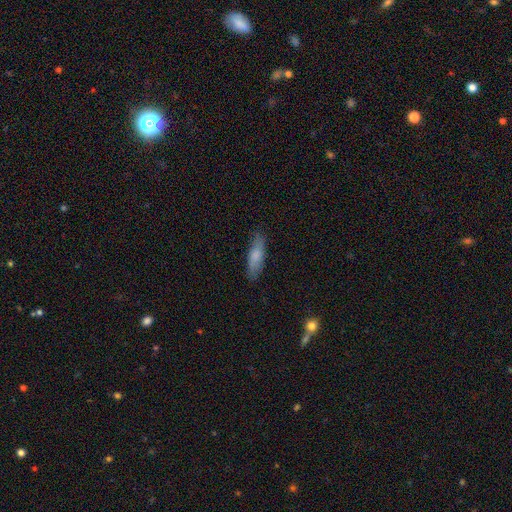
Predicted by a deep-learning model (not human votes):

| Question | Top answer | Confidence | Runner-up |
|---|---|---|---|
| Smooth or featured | smooth | 77% | featured or disk (17%) |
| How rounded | cigar-shaped | 51% | in between (47%) |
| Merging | none | 82% | minor disturbance (14%) |